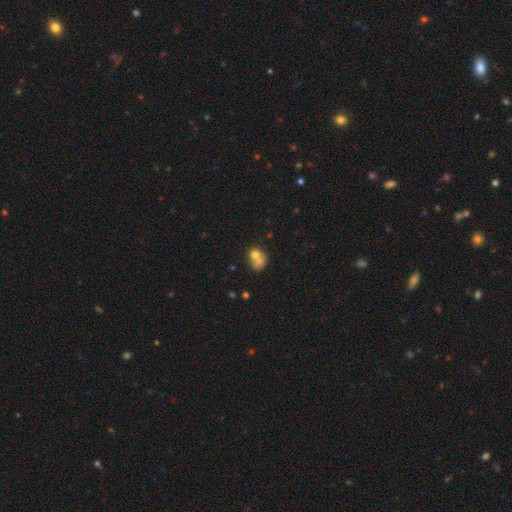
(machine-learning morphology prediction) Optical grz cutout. It shows a smooth galaxy with no disk features (69%) that is round (59%). Merging: merger (57%).